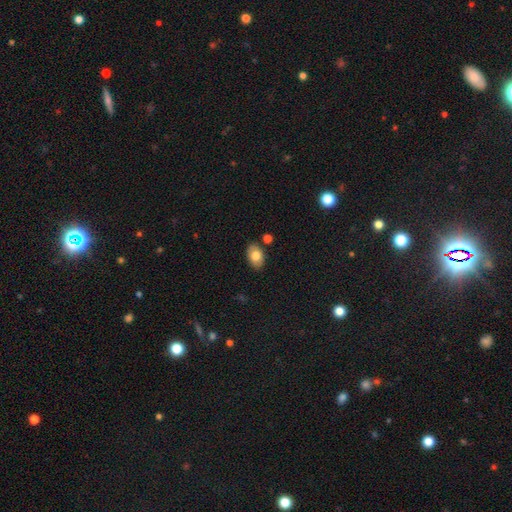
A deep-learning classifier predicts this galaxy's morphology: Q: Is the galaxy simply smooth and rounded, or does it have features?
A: smooth — 80%.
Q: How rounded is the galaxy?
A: in between — 87%.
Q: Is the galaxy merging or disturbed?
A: none — 83%.